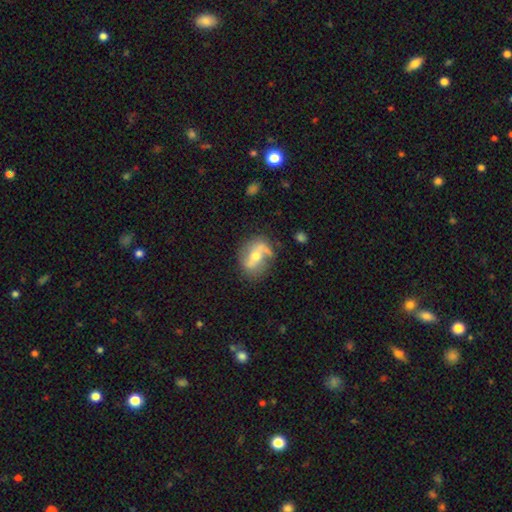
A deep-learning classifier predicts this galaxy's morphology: Smooth or featured? Predicted: featured or disk (p=0.65). Edge-on disk? Predicted: no (p=0.91). Bar? Predicted: strong (p=0.37). Spiral arms? Predicted: yes (p=0.71). Bulge size? Predicted: moderate (p=0.65). Merging? Predicted: none (p=0.59).